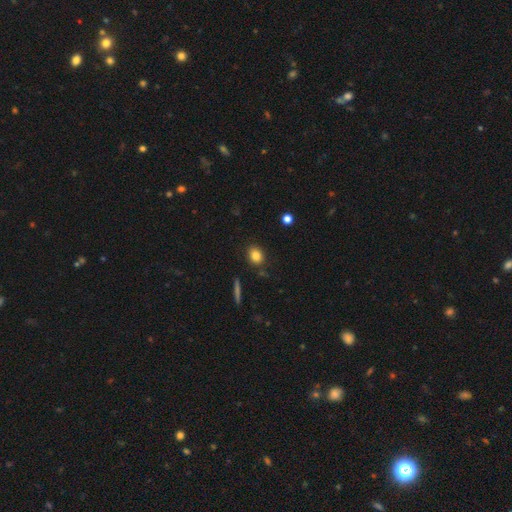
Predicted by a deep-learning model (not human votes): Morphology: type=smooth (83%); roundness=round (51%); merging=none (85%).